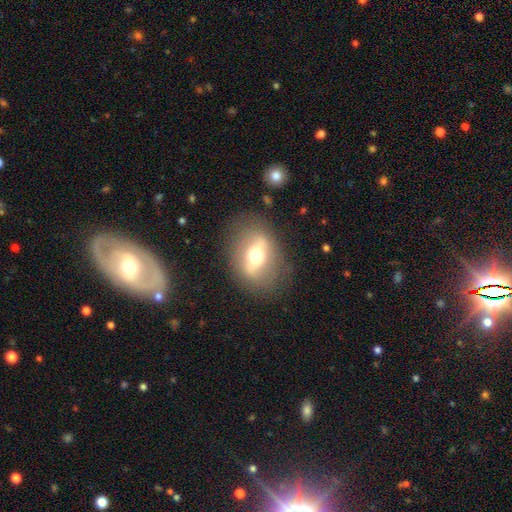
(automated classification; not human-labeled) Smooth or featured?
  - featured or disk: 54% *
  - smooth: 37%
  - star or artifact: 9%
Edge-on disk?
  - no: 75% *
  - yes: 25%
Merging?
  - none: 78% *
  - minor disturbance: 13%
  - major disturbance: 7%
  - merger: 2%